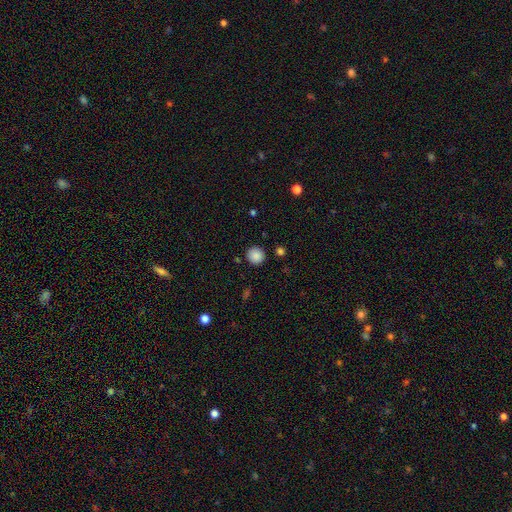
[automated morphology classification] Q: Smooth or featured?
A: smooth (87%); runner-up: star or artifact (9%)
Q: How rounded?
A: round (93%); runner-up: in between (6%)
Q: Merging?
A: none (89%); runner-up: minor disturbance (6%)